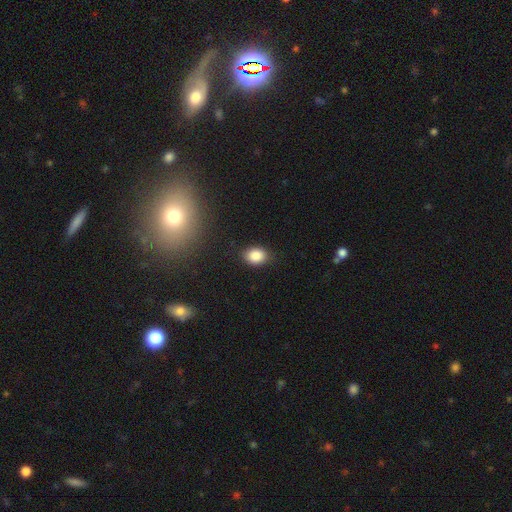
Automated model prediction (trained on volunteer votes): Overall: smooth (86%). How rounded: in between (65%; round 33%). Merging: none (83%).